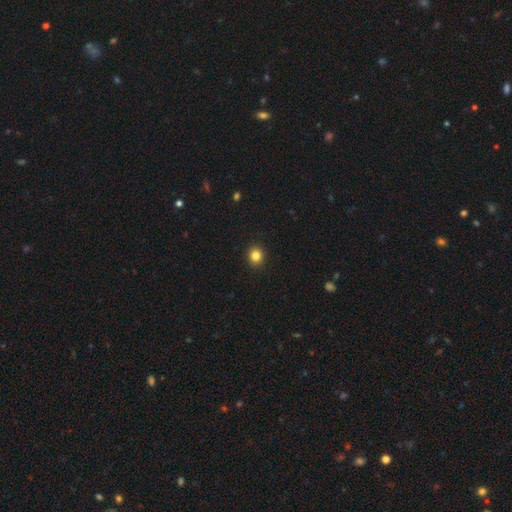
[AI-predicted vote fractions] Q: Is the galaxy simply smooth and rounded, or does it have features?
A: smooth — 83%.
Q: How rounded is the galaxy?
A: round — 83%.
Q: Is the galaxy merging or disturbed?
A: none — 93%.